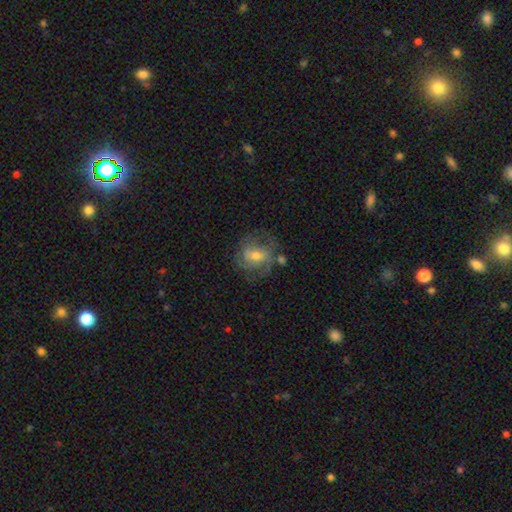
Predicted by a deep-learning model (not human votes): A featured or disk galaxy (69%) with a weak bar (45%), medium (44%) spiral arms (84%) and a moderate central bulge (57%).

Vote fractions:
- Smooth or featured? featured or disk: 69% / smooth: 23% / star or artifact: 8%
- Edge-on disk? no: 97% / yes: 3%
- Bar? weak: 45% / no: 42% / strong: 13%
- Spiral arms? yes: 84% / no: 16%
- Spiral winding? medium: 44% / tight: 39% / loose: 17%
- Spiral arm count? can't tell: 31% / 2: 30% / 3: 25% / 4: 7% / 1: 5% / more than 4: 3%
- Bulge size? moderate: 57% / small: 35% / large: 4% / none: 2% / dominant: 1%
- Merging? none: 57% / minor disturbance: 22% / major disturbance: 15% / merger: 6%